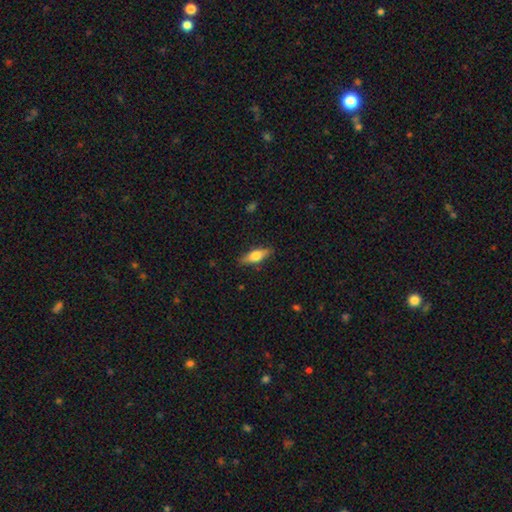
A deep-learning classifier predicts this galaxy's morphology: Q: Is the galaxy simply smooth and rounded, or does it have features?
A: smooth — 59%.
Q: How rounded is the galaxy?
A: in between — 56%.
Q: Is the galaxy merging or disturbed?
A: none — 85%.